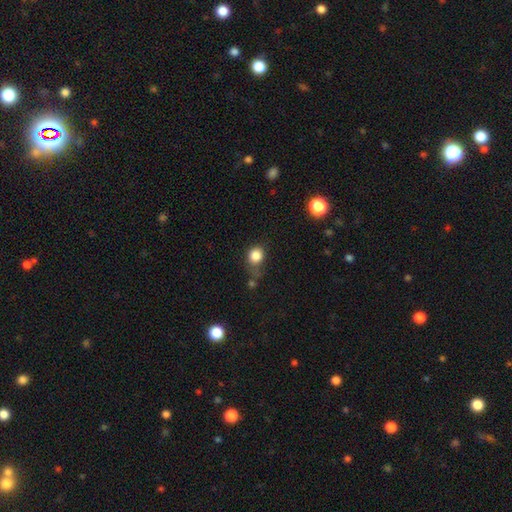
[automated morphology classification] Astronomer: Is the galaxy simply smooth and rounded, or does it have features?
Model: smooth — 84%.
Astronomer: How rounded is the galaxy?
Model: round — 79%.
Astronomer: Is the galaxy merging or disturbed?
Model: none — 51% (runner-up: minor disturbance, 26%).